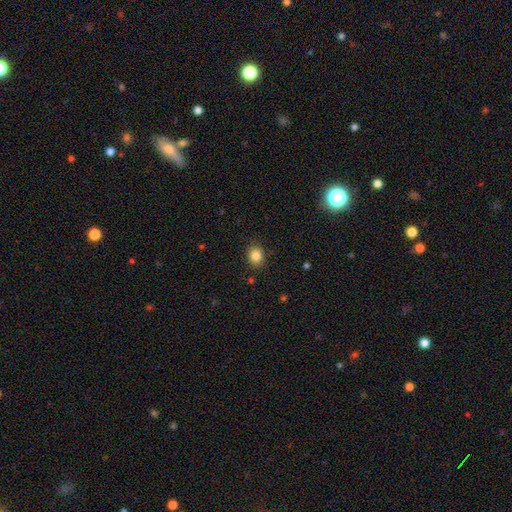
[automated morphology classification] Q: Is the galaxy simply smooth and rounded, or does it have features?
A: smooth — 84%.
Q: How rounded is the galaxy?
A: round — 65%.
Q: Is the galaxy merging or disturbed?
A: none — 87%.